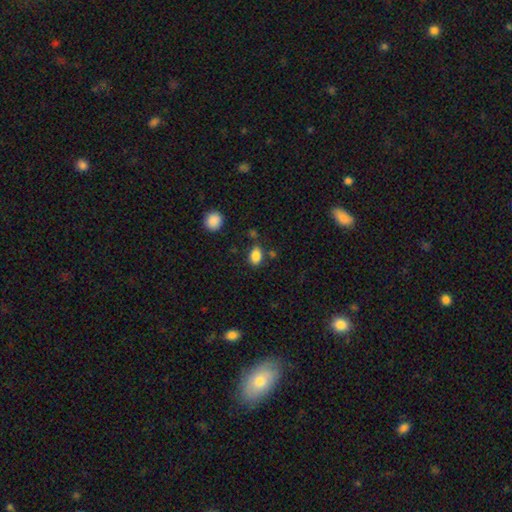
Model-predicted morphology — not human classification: Smooth or featured?
  - smooth: 86% *
  - star or artifact: 10%
  - featured or disk: 5%
How rounded?
  - in between: 76% *
  - round: 22%
  - cigar-shaped: 1%
Merging?
  - none: 78% *
  - minor disturbance: 12%
  - merger: 6%
  - major disturbance: 4%